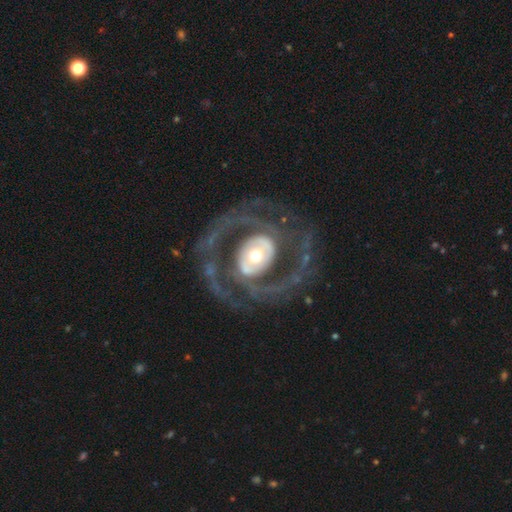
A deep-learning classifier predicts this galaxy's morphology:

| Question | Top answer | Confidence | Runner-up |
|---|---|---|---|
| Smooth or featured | featured or disk | 87% | smooth (8%) |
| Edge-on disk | no | 97% | yes (3%) |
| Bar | no | 60% | weak (23%) |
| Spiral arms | yes | 86% | no (14%) |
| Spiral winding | medium | 48% | tight (26%) |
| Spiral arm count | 2 | 72% | can't tell (9%) |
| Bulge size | moderate | 61% | large (22%) |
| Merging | none | 66% | major disturbance (20%) |